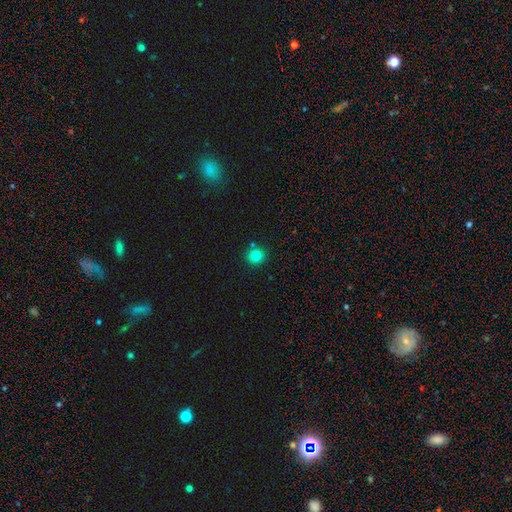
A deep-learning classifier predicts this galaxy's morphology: Smooth or featured? Predicted: smooth (p=0.81). How rounded? Predicted: round (p=0.92). Merging? Predicted: none (p=0.81).